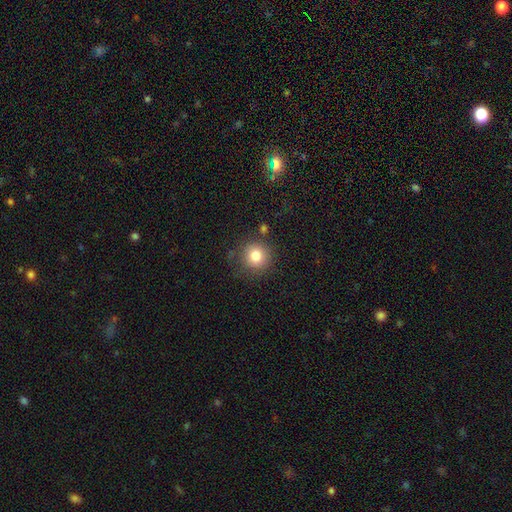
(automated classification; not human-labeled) smooth-or-featured: smooth: 82% | star or artifact: 11% | featured or disk: 8%
  how-rounded: round: 91% | in between: 8% | cigar-shaped: 1%
  merging: none: 79% | minor disturbance: 12% | major disturbance: 5% | merger: 4%